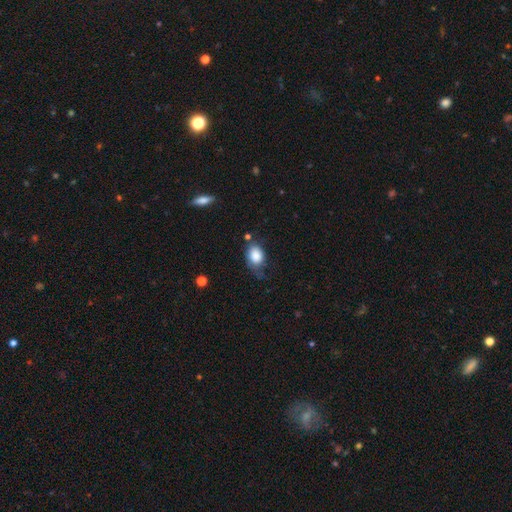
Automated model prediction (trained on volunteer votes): Overall: smooth (83%). How rounded: in between (68%; round 30%). Merging: none (44%; minor disturbance 33%).